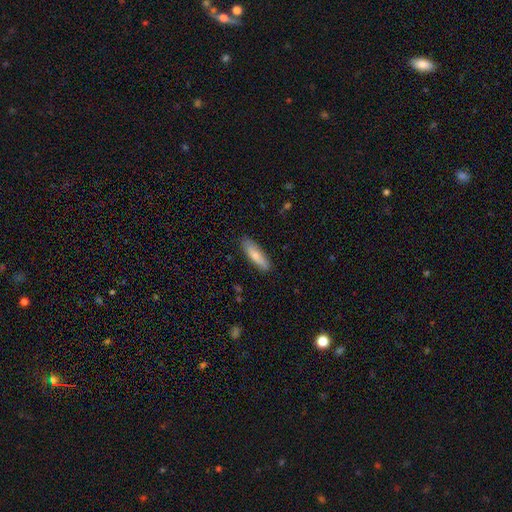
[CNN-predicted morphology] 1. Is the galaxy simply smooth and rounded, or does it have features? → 75% smooth, 19% featured or disk, 6% star or artifact.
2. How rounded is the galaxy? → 60% cigar-shaped, 38% in between, 2% round.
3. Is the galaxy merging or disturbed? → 87% none, 10% minor disturbance, 2% major disturbance, 1% merger.